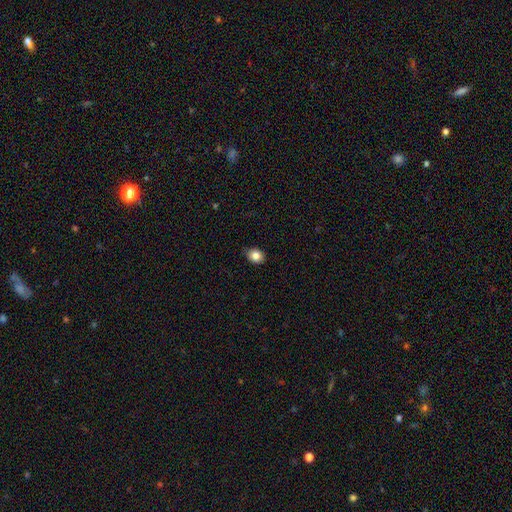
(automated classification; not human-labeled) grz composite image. It shows a smooth galaxy with no disk features (83%) that is round (50%). Merging: none (83%).